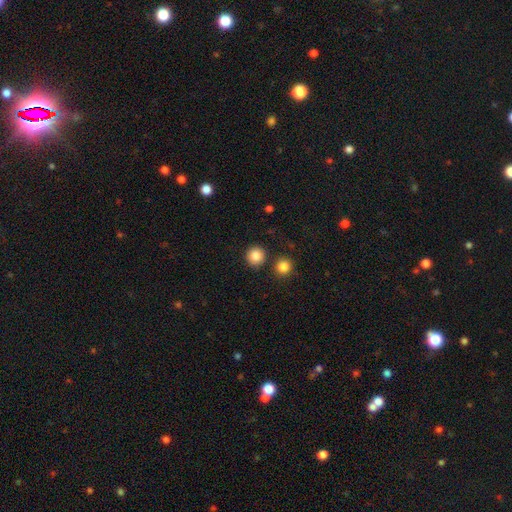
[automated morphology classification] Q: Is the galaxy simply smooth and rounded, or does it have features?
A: smooth — 85%.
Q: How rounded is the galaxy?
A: round — 93%.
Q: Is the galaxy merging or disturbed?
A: none — 87%.